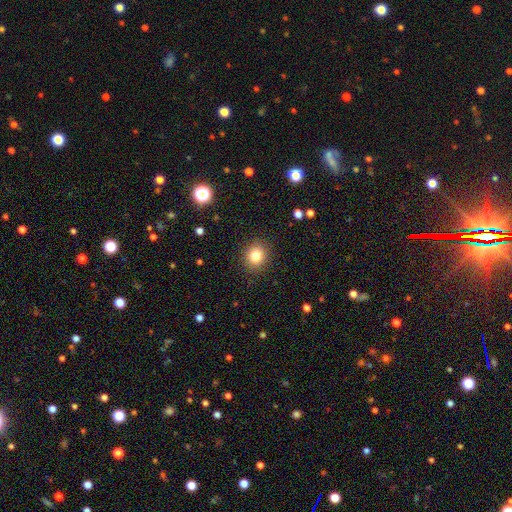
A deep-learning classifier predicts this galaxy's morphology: smooth-or-featured: smooth: 82% | star or artifact: 12% | featured or disk: 7%
  how-rounded: round: 77% | in between: 23% | cigar-shaped: 1%
  merging: none: 90% | minor disturbance: 7% | major disturbance: 2% | merger: 1%